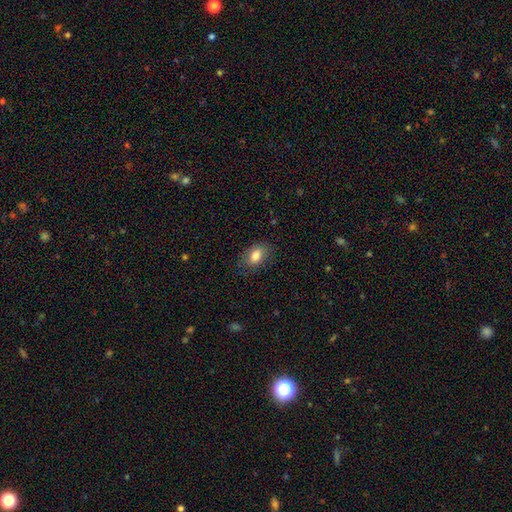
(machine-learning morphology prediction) smooth-or-featured: smooth: 82% | featured or disk: 11% | star or artifact: 8%
  how-rounded: in between: 85% | round: 13% | cigar-shaped: 2%
  merging: none: 79% | minor disturbance: 15% | major disturbance: 4% | merger: 1%